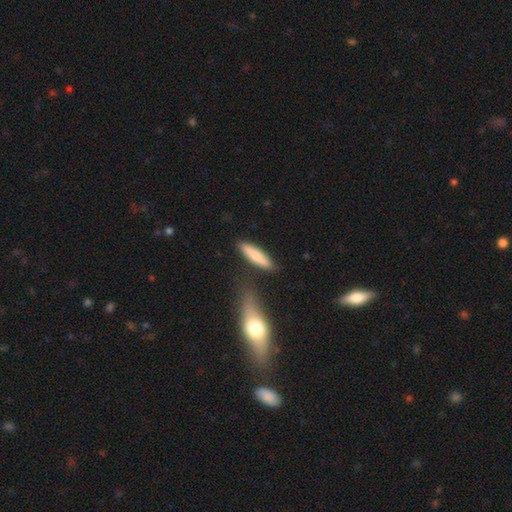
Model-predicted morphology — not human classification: Smooth or featured?
  - smooth: 77% *
  - featured or disk: 18%
  - star or artifact: 6%
How rounded?
  - cigar-shaped: 75% *
  - in between: 24%
  - round: 2%
Merging?
  - none: 79% *
  - minor disturbance: 12%
  - merger: 6%
  - major disturbance: 3%